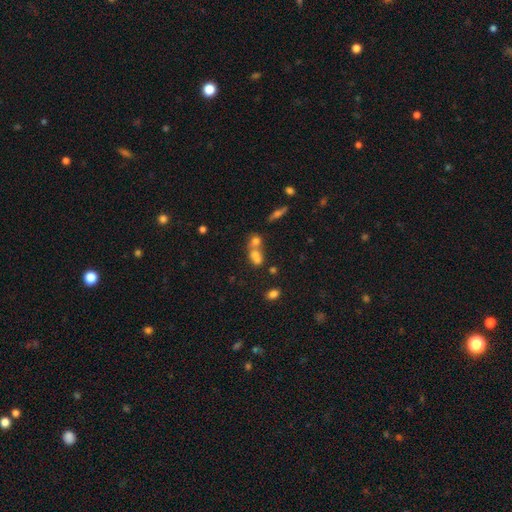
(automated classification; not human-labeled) Smooth or featured: smooth — 66% (featured or disk — 20%)
How rounded: in between — 49% (round — 47%)
Merging: merger — 65% (none — 23%)